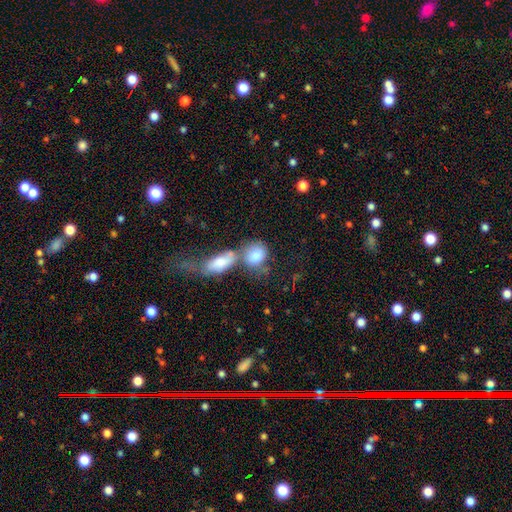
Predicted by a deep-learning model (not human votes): Morphology: type=smooth (82%); roundness=in between (56%); merging=merger (52%).